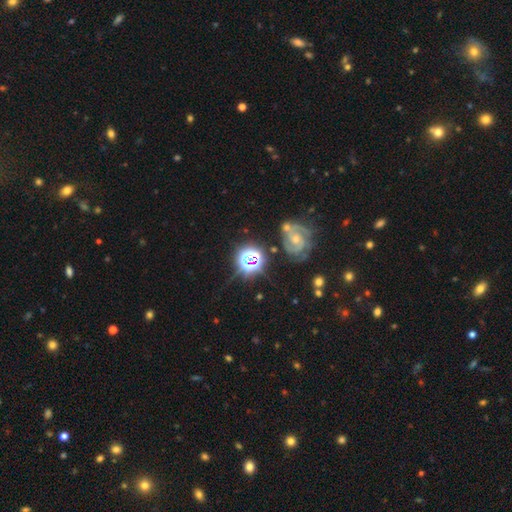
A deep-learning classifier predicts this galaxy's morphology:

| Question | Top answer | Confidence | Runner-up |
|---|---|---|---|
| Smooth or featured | star or artifact | 43% | featured or disk (32%) |